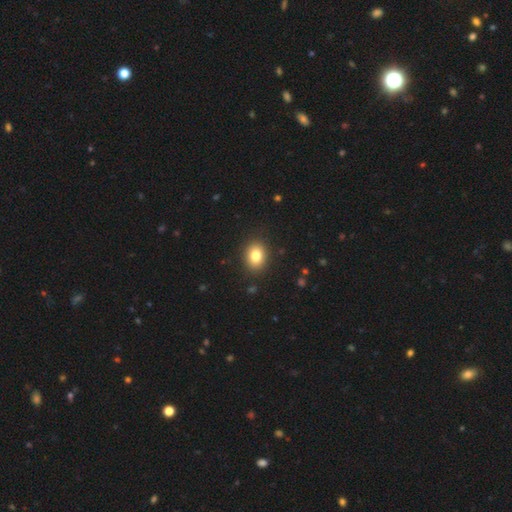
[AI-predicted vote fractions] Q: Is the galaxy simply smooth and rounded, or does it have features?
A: smooth — 81%.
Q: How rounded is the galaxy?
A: in between — 54%.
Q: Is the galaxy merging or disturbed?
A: none — 89%.